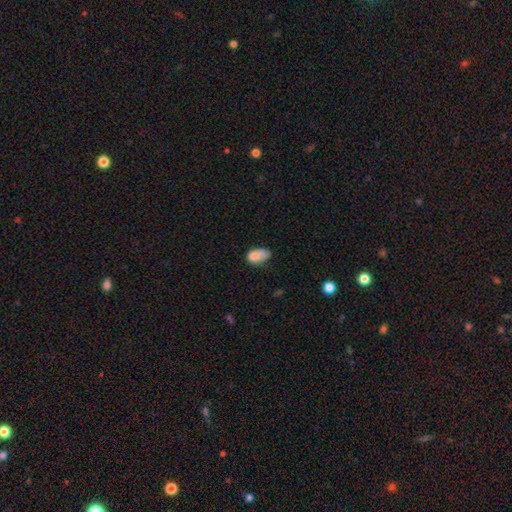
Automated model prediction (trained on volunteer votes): smooth-or-featured: smooth: 78% | featured or disk: 13% | star or artifact: 10%
  how-rounded: in between: 89% | round: 9% | cigar-shaped: 2%
  merging: minor disturbance: 39% | none: 34% | major disturbance: 18% | merger: 9%